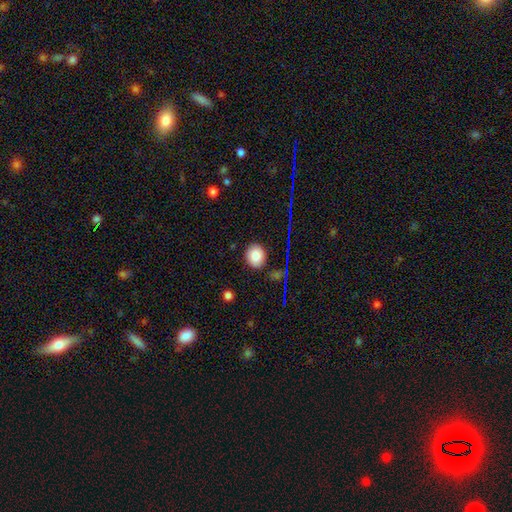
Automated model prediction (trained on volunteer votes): Smooth or featured: smooth — 82% (star or artifact — 11%)
How rounded: round — 76% (in between — 23%)
Merging: none — 87% (minor disturbance — 9%)